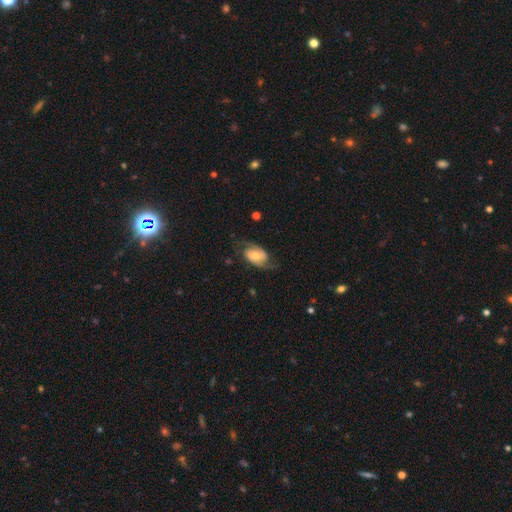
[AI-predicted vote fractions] Smooth or featured? Predicted: featured or disk (p=0.67). Edge-on disk? Predicted: no (p=0.96). Bar? Predicted: no (p=0.51). Spiral arms? Predicted: yes (p=0.90). Spiral winding? Predicted: loose (p=0.43). Spiral arm count? Predicted: 2 (p=0.88). Bulge size? Predicted: moderate (p=0.43). Merging? Predicted: none (p=0.65).